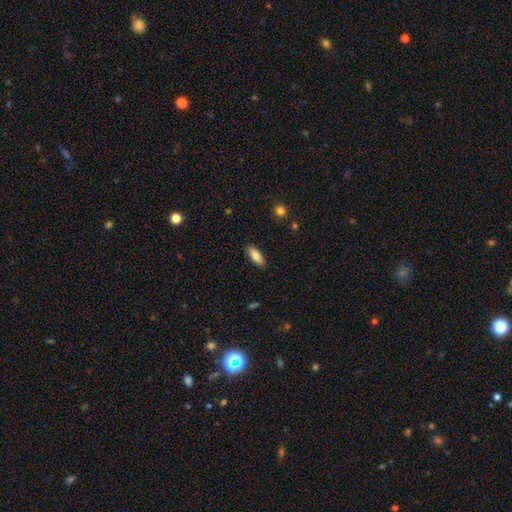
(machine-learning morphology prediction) The model was most divided on "how rounded": in between: 73%, cigar-shaped: 25%, round: 2%. More confident: merging — none (88%); smooth or featured — smooth (80%).